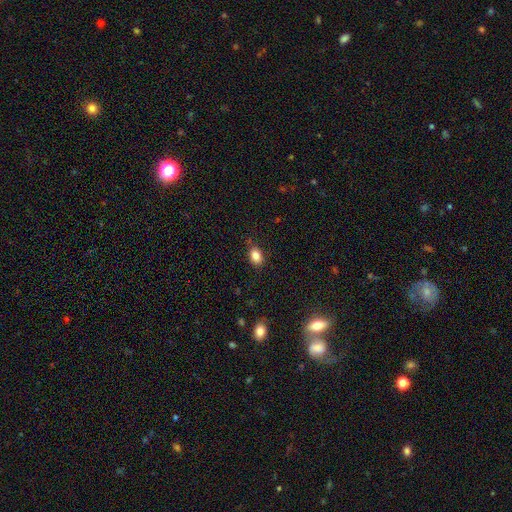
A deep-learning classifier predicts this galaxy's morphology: A smooth galaxy with no disk features (85%) that is in between round and cigar-shaped (77%).

Vote fractions:
- Smooth or featured? smooth: 85% / star or artifact: 10% / featured or disk: 6%
- How rounded? in between: 77% / round: 21% / cigar-shaped: 1%
- Merging? none: 81% / minor disturbance: 14% / major disturbance: 3% / merger: 2%